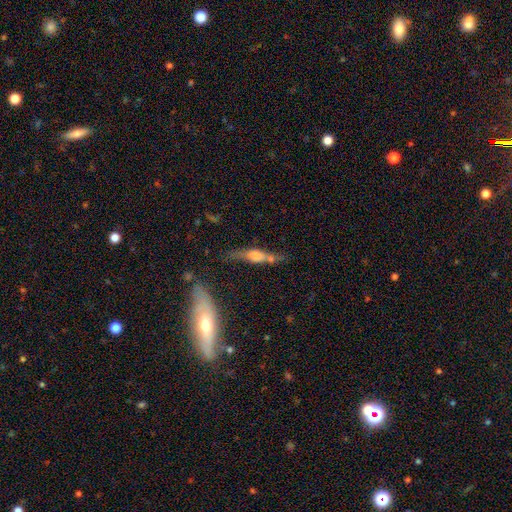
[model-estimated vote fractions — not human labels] Smooth or featured?
  - featured or disk: 59% *
  - smooth: 32%
  - star or artifact: 9%
Edge-on disk?
  - yes: 86% *
  - no: 14%
Edge-on bulge?
  - rounded: 72% *
  - boxy: 21%
  - none: 7%
Merging?
  - none: 57% *
  - minor disturbance: 20%
  - merger: 13%
  - major disturbance: 10%